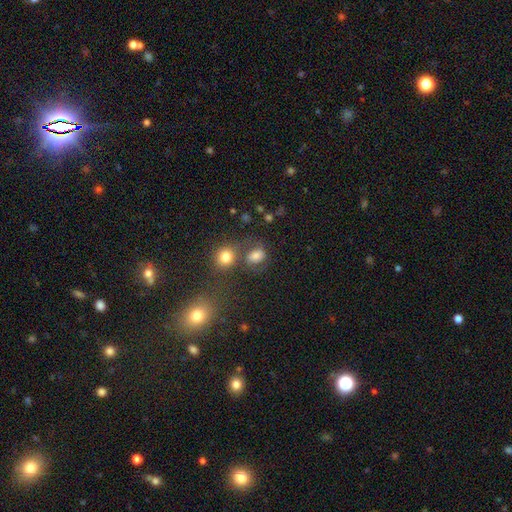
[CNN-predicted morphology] smooth_or_featured: smooth (p=0.73) [alt: star or artifact p=0.14]
how_rounded: in between (p=0.54) [alt: round p=0.45]
merging: none (p=0.50) [alt: merger p=0.24]